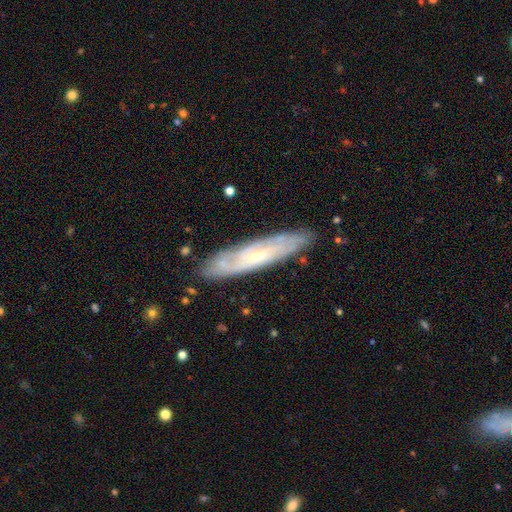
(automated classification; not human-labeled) Q: Smooth or featured?
A: featured or disk (69%); runner-up: smooth (25%)
Q: Edge-on disk?
A: no (57%); runner-up: yes (43%)
Q: Merging?
A: none (84%); runner-up: minor disturbance (13%)